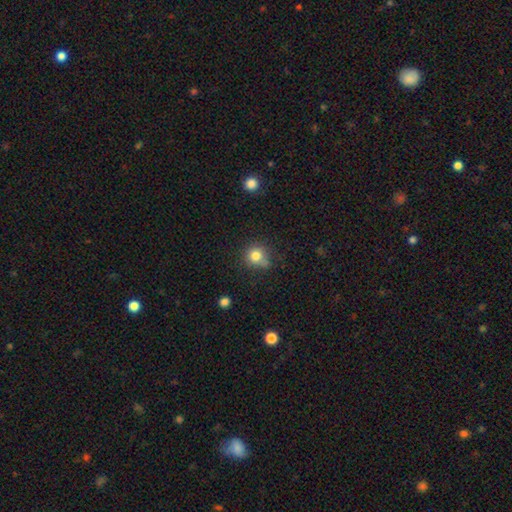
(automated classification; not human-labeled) Morphology: type=smooth (80%); roundness=round (88%); merging=none (67%).